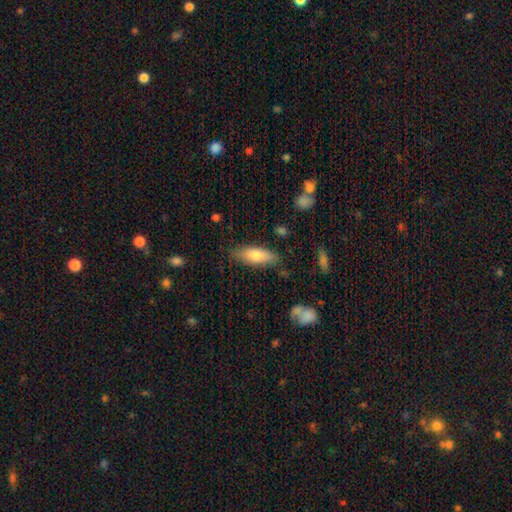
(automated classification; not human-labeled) A smooth galaxy with no disk features (71%) that is in between round and cigar-shaped (58%). Merging: none (82%).